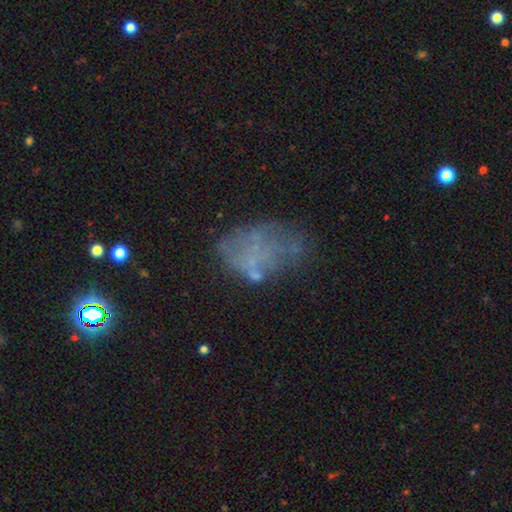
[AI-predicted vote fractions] The model was most divided on "smooth or featured": featured or disk: 43%, smooth: 36%, star or artifact: 21%. Remaining: merging — none (45%).